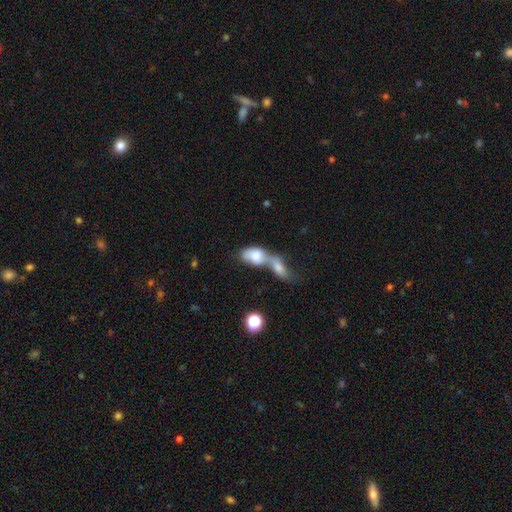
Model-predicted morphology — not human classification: Smooth or featured?
  - smooth: 74% *
  - featured or disk: 19%
  - star or artifact: 7%
How rounded?
  - in between: 85% *
  - round: 9%
  - cigar-shaped: 5%
Merging?
  - merger: 78% *
  - none: 11%
  - major disturbance: 6%
  - minor disturbance: 5%